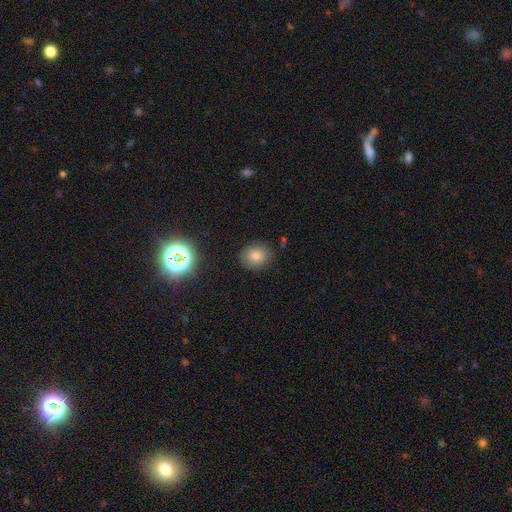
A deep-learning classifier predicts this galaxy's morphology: smooth_or_featured: smooth (p=0.75) [alt: star or artifact p=0.16]
how_rounded: round (p=0.70) [alt: in between p=0.29]
merging: none (p=0.84) [alt: minor disturbance p=0.11]